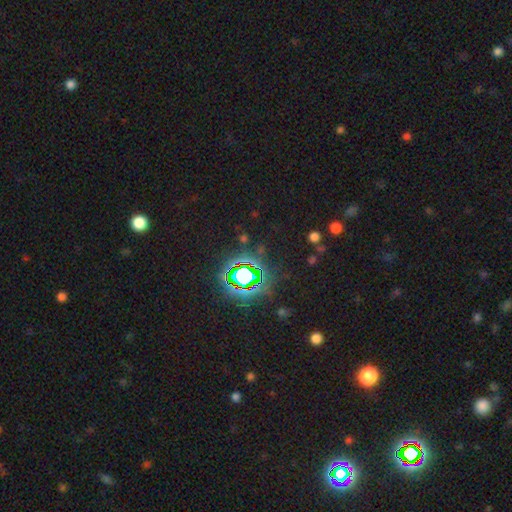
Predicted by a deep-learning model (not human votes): Morphology: type=star or artifact (81%).